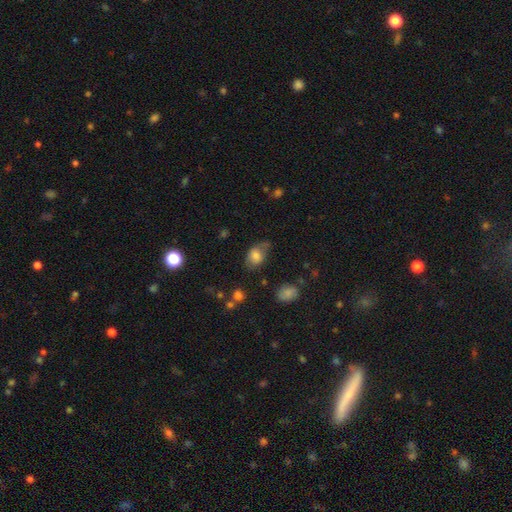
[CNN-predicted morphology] smooth_or_featured: smooth (p=0.75) [alt: featured or disk p=0.16]
how_rounded: in between (p=0.78) [alt: round p=0.21]
merging: none (p=0.49) [alt: minor disturbance p=0.34]